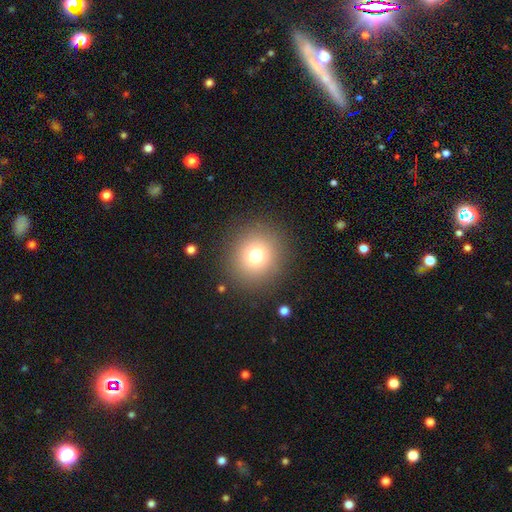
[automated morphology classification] Overall: smooth (74%). How rounded: round (91%). Merging: none (89%).